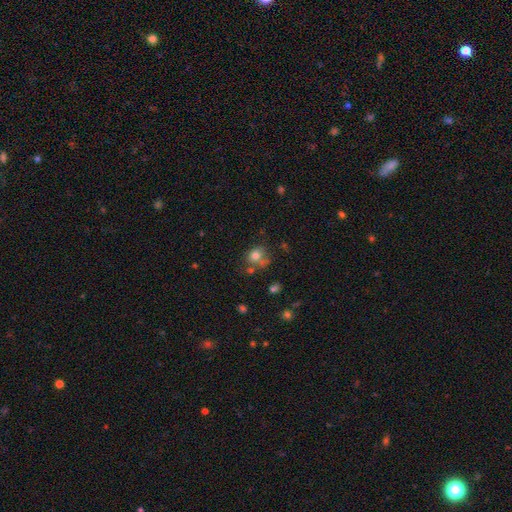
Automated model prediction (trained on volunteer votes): This appears to be a smooth galaxy with no disk features (77%) that is round (69%). Merging: none (54%).